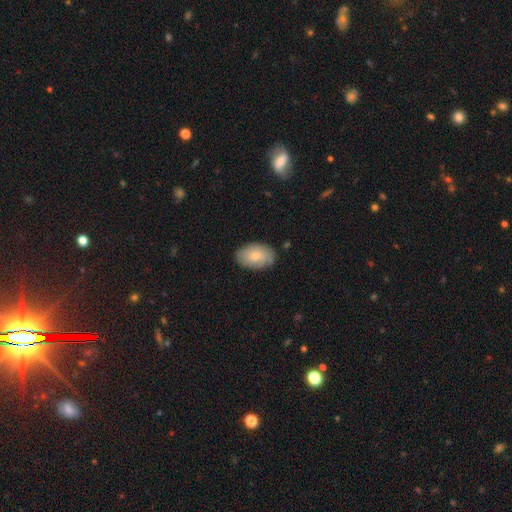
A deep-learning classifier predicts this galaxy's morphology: smooth-or-featured: smooth: 72% | featured or disk: 22% | star or artifact: 6%
  how-rounded: in between: 90% | round: 9% | cigar-shaped: 1%
  merging: none: 79% | minor disturbance: 17% | major disturbance: 3% | merger: 1%